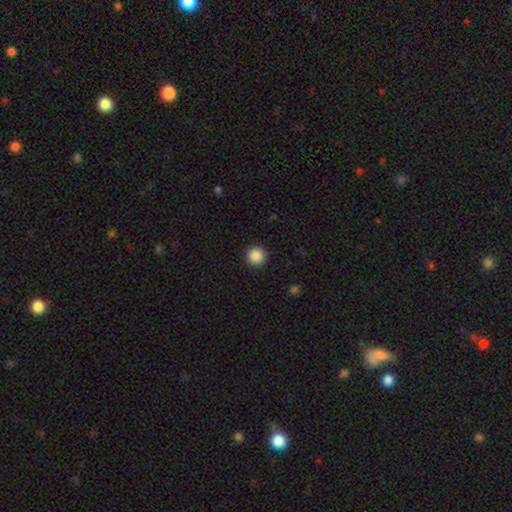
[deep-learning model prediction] smooth 88%, star or artifact 9%, featured or disk 3%. Down the decision tree: how rounded — round (96%); merging — none (92%).